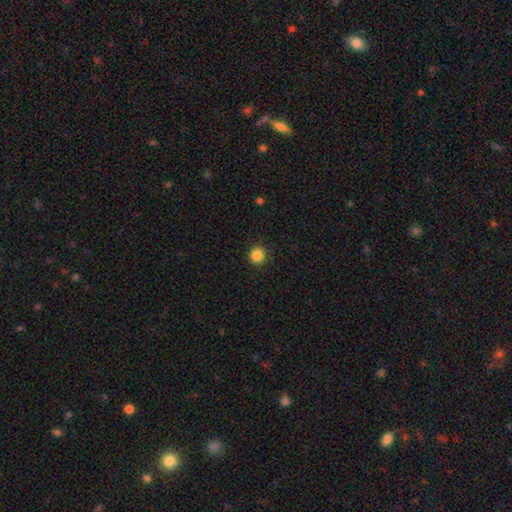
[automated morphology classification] type=smooth (86%); roundness=round (91%); merging=none (91%).